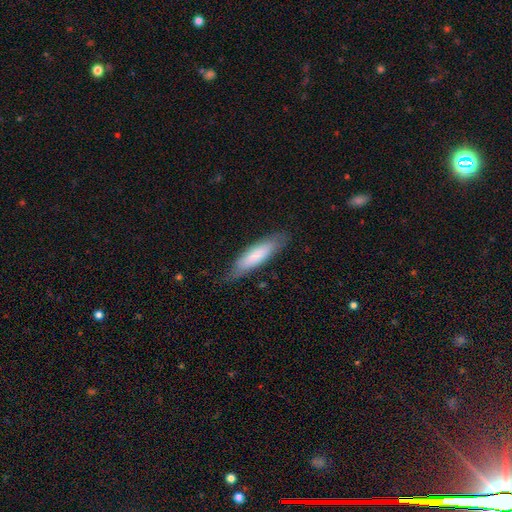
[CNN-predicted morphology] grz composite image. It shows a smooth galaxy with no disk features (70%) that is cigar-shaped (68%). Merging: none (79%).